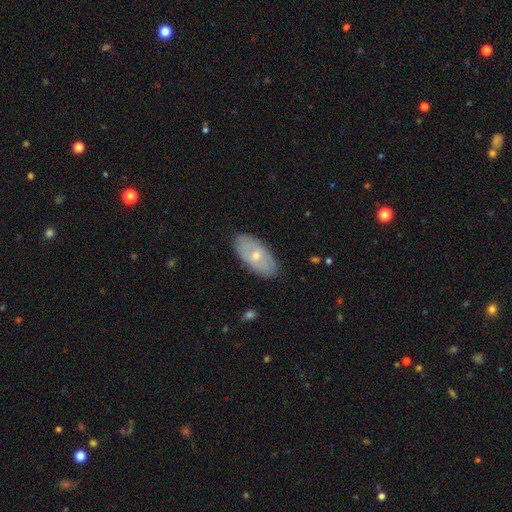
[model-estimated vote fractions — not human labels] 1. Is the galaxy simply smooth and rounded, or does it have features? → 50% smooth, 44% featured or disk, 6% star or artifact.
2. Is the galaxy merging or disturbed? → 85% none, 12% minor disturbance, 2% major disturbance, 1% merger.